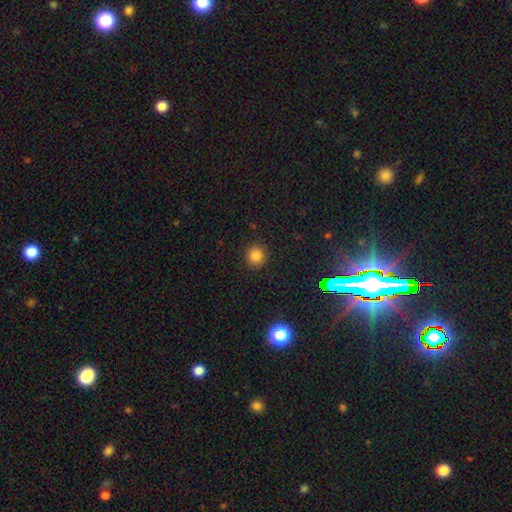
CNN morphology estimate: type=smooth (82%); roundness=round (93%); merging=none (92%).